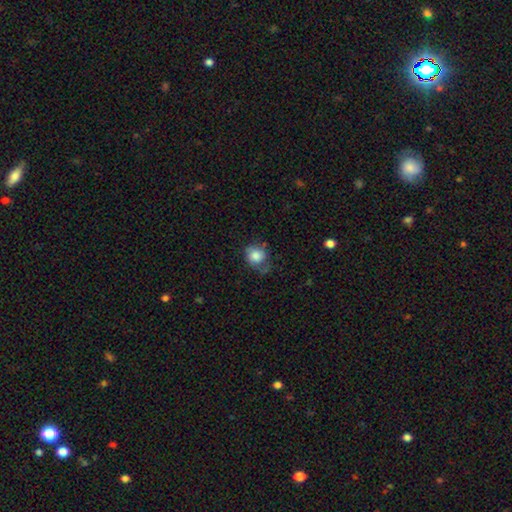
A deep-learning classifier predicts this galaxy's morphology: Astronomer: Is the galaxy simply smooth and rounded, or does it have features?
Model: smooth — 76%.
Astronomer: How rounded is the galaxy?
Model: round — 74%.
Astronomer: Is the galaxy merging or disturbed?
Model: none — 48% (runner-up: minor disturbance, 32%).